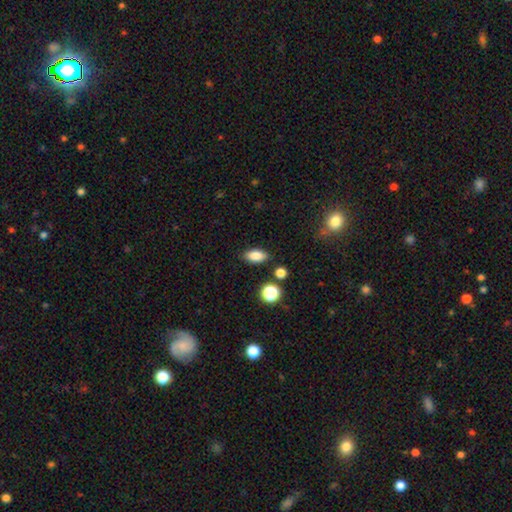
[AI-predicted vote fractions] smooth 84%, star or artifact 10%, featured or disk 6%. Down the decision tree: how rounded — in between (87%); merging — none (85%).